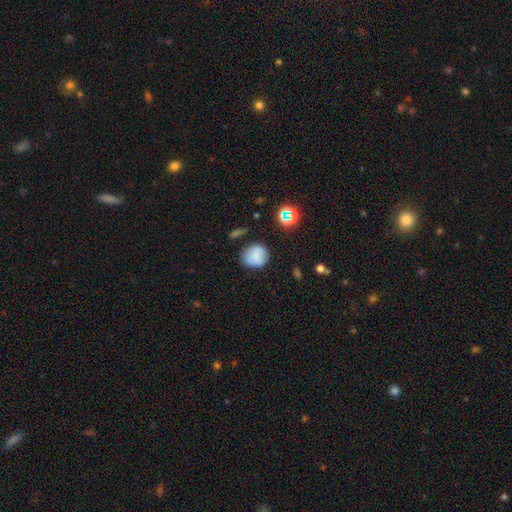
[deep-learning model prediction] A smooth galaxy with no disk features (77%) that is round (79%). Merging: none (70%).